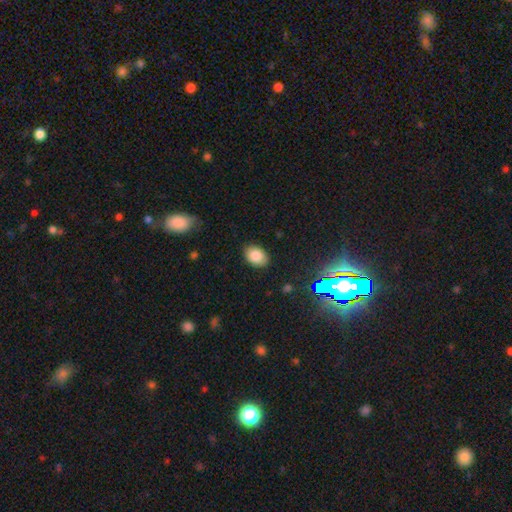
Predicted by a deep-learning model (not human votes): This appears to be a smooth galaxy with no disk features (85%) that is in between round and cigar-shaped (76%). Merging: none (85%).